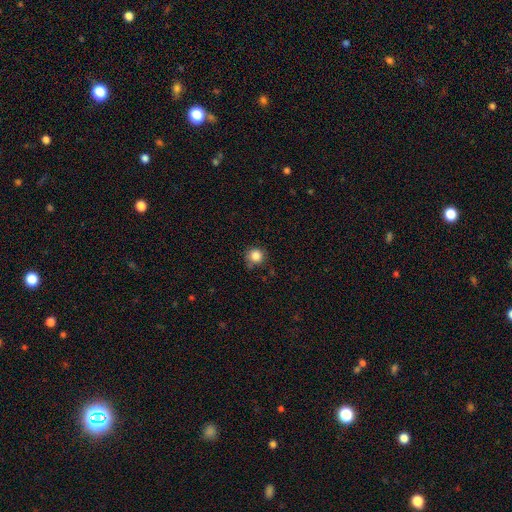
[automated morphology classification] Smooth or featured? smooth (85%)
How rounded? round (92%)
Merging? none (75%)